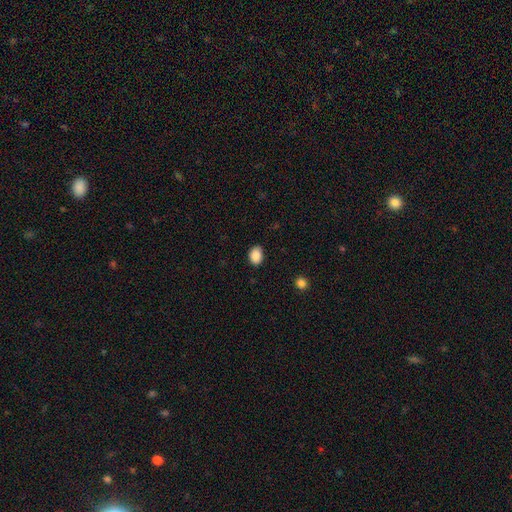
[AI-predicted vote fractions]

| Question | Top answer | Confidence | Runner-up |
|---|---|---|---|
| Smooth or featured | smooth | 89% | star or artifact (8%) |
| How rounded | in between | 69% | round (30%) |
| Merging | none | 86% | minor disturbance (11%) |